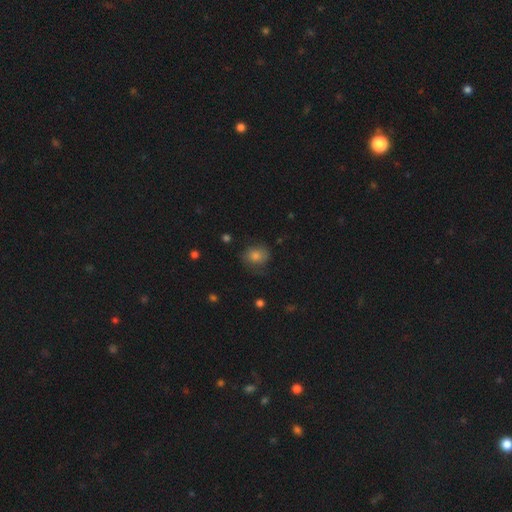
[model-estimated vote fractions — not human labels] A smooth galaxy with no disk features (73%) that is round (71%). Merging: none (62%).